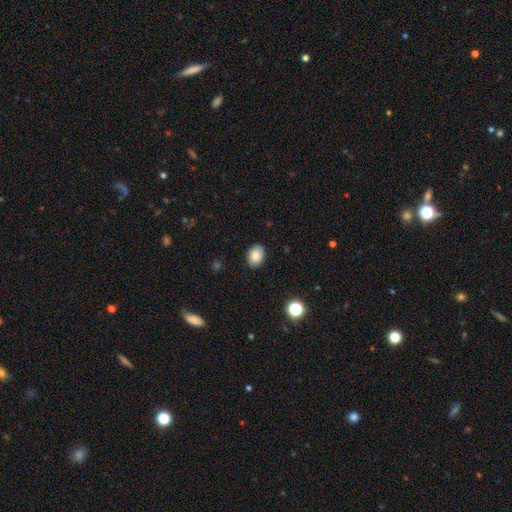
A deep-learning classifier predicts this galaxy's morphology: type=smooth (85%); roundness=in between (65%); merging=none (88%).